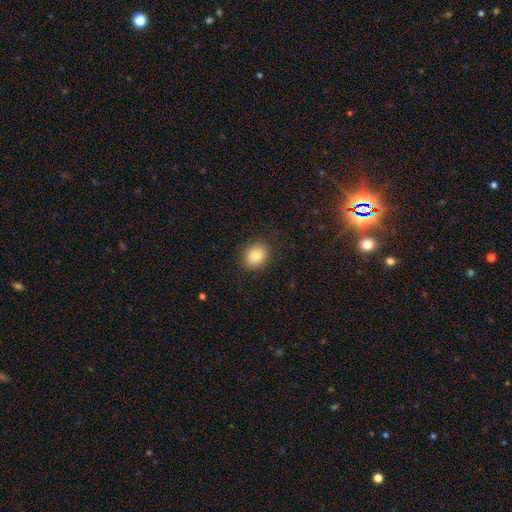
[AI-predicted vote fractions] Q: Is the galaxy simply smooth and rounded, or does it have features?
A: smooth — 83%.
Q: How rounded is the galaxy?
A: round — 63%.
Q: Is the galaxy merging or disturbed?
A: none — 88%.